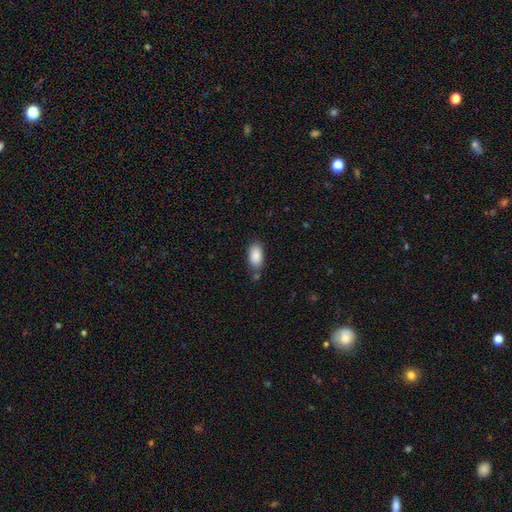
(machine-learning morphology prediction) Smooth or featured: smooth — 89% (star or artifact — 7%)
How rounded: in between — 93% (cigar-shaped — 4%)
Merging: none — 73% (minor disturbance — 17%)